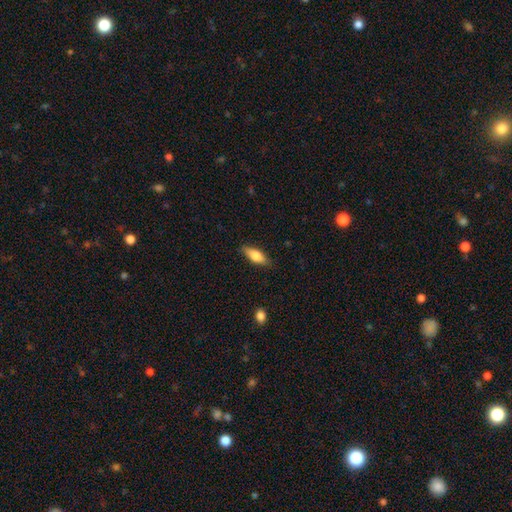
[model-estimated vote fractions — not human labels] smooth_or_featured: smooth (p=0.71) [alt: featured or disk p=0.23]
how_rounded: in between (p=0.64) [alt: cigar-shaped p=0.33]
merging: none (p=0.84) [alt: minor disturbance p=0.12]